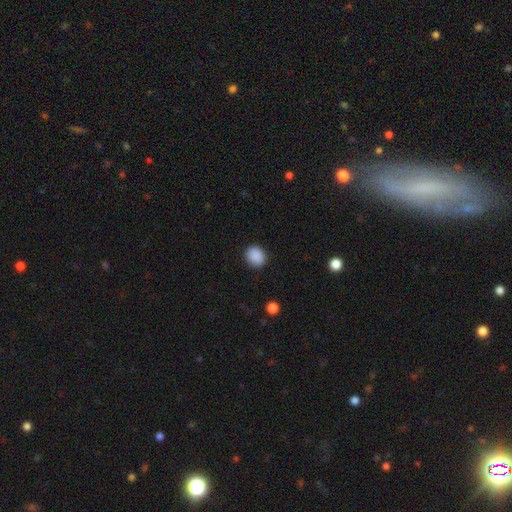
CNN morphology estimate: type=smooth (89%); roundness=round (74%); merging=none (89%).